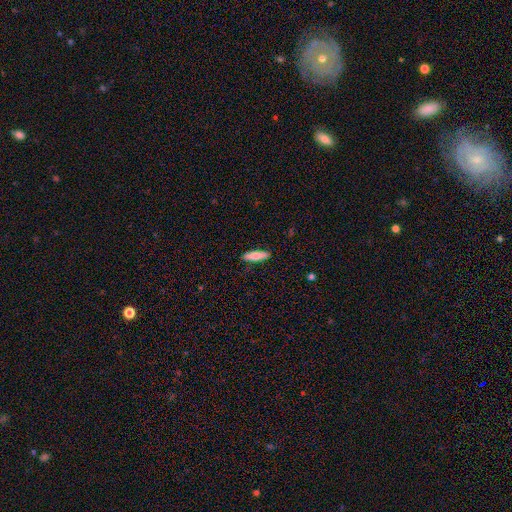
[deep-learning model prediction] Smooth or featured? smooth (79%)
How rounded? cigar-shaped (74%)
Merging? none (90%)